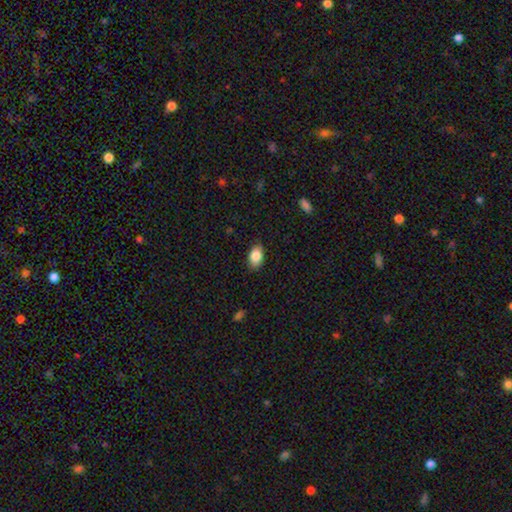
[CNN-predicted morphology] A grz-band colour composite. It shows a smooth galaxy with no disk features (86%) that is in between round and cigar-shaped (89%). Merging: none (84%).